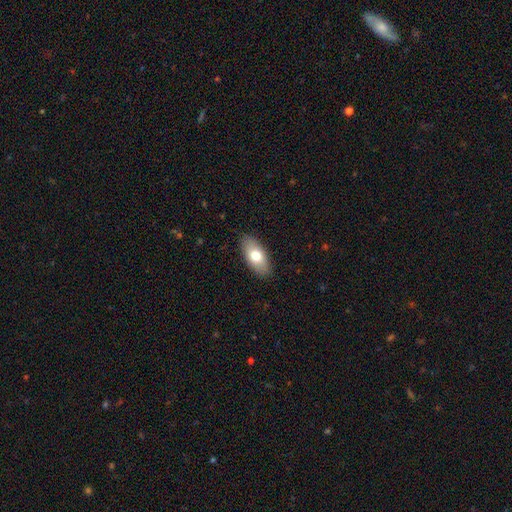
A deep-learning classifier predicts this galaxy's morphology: smooth 73%, featured or disk 21%, star or artifact 6%. Down the decision tree: how rounded — in between (91%); merging — none (88%).